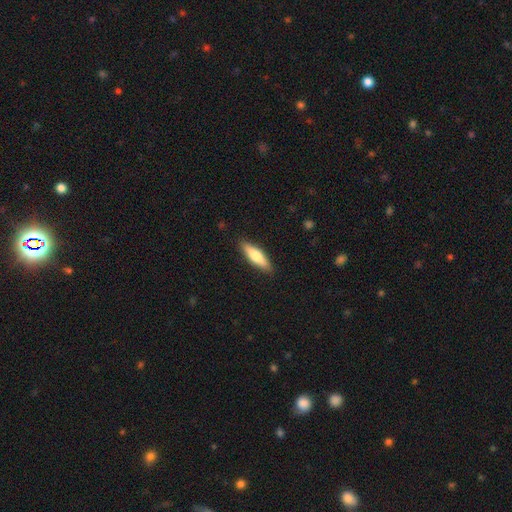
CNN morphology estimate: Smooth or featured?
  - smooth: 65% *
  - featured or disk: 29%
  - star or artifact: 5%
How rounded?
  - cigar-shaped: 65% *
  - in between: 33%
  - round: 2%
Merging?
  - none: 89% *
  - minor disturbance: 8%
  - major disturbance: 2%
  - merger: 1%